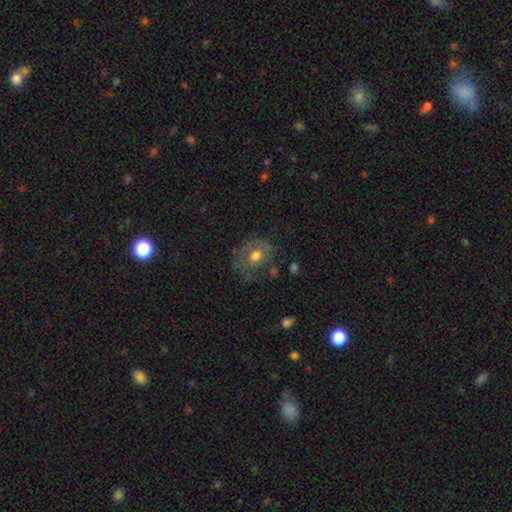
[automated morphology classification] This is possibly a smooth galaxy (53%). How rounded: possibly round (55%). Merging: possibly none (51%).